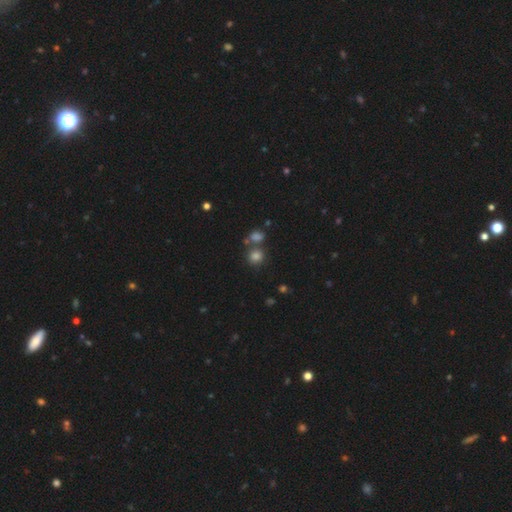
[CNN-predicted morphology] Overall: smooth (76%). How rounded: round (79%). Merging: none (60%; merger 27%).